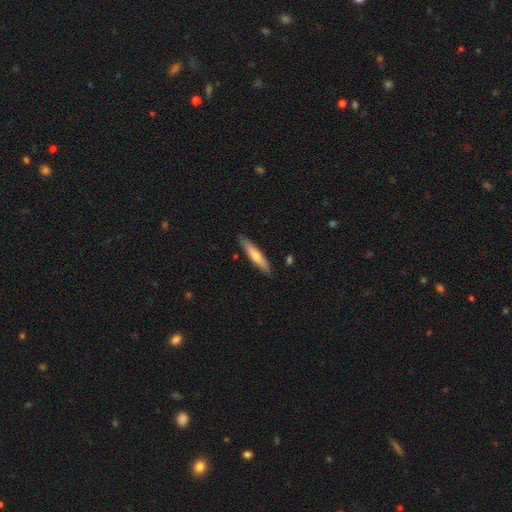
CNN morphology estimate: The model was most divided on "smooth or featured": smooth: 55%, featured or disk: 39%, star or artifact: 6%. More confident: merging — none (89%); how rounded — cigar-shaped (88%).